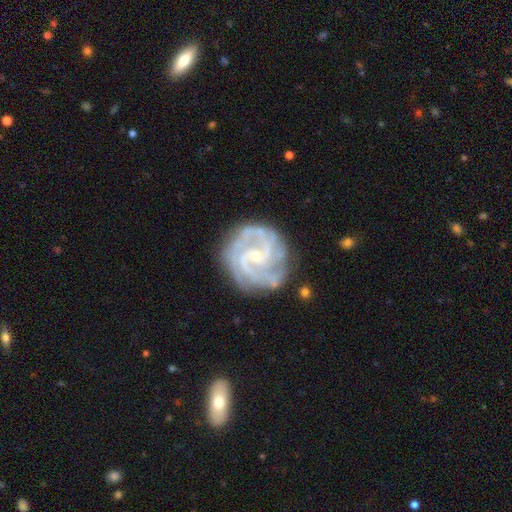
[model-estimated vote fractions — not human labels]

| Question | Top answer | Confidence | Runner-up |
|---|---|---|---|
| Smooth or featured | featured or disk | 90% | star or artifact (5%) |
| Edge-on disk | no | 98% | yes (2%) |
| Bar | no | 45% | weak (43%) |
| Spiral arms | yes | 98% | no (2%) |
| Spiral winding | tight | 57% | medium (37%) |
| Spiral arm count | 2 | 35% | 3 (30%) |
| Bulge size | small | 73% | moderate (23%) |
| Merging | none | 77% | minor disturbance (16%) |